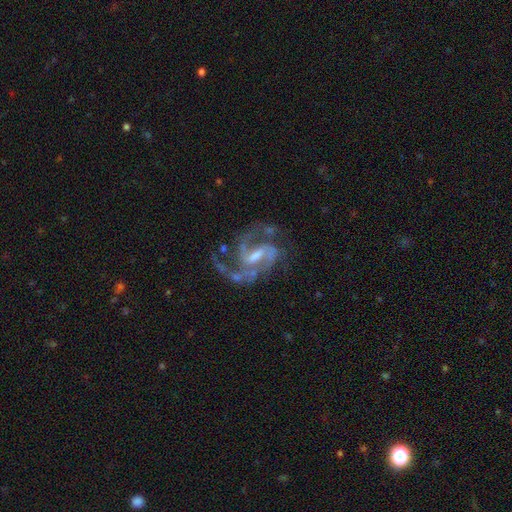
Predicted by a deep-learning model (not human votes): Smooth or featured? Predicted: featured or disk (p=0.92). Edge-on disk? Predicted: no (p=0.98). Bar? Predicted: weak (p=0.51). Spiral arms? Predicted: yes (p=0.98). Spiral winding? Predicted: medium (p=0.62). Spiral arm count? Predicted: 2 (p=0.73). Bulge size? Predicted: small (p=0.45). Merging? Predicted: none (p=0.60).